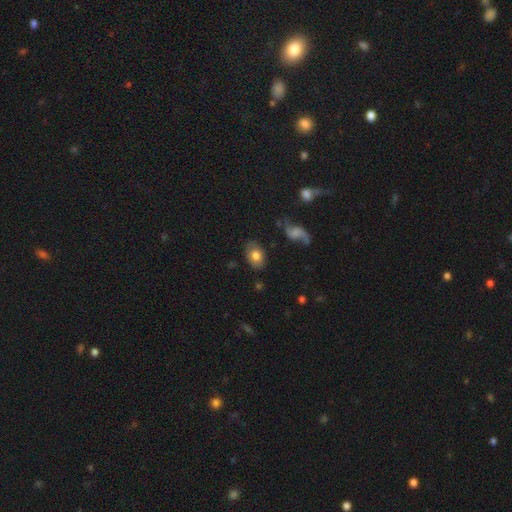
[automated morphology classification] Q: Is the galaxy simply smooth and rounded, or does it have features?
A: smooth — 73%.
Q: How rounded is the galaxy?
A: in between — 81%.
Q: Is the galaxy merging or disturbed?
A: none — 77%.